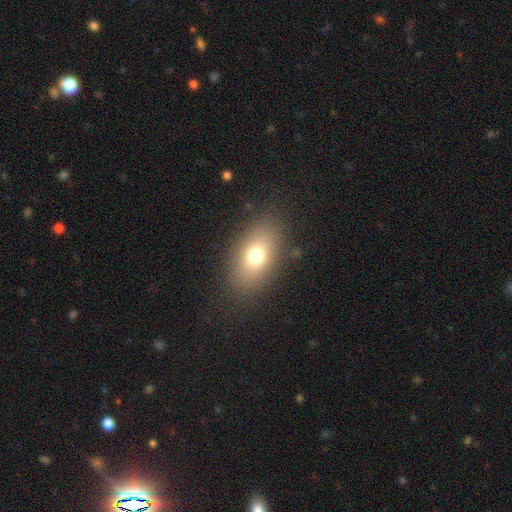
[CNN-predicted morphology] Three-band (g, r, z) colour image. It shows a smooth galaxy with no disk features (72%) that is in between round and cigar-shaped (84%). Merging: none (84%).